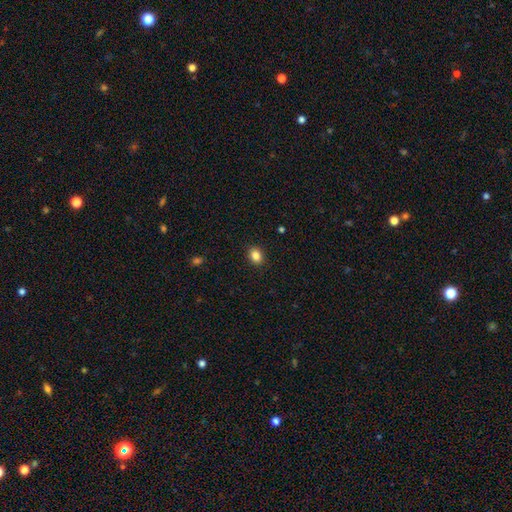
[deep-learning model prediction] Smooth or featured?
  - smooth: 85% *
  - star or artifact: 10%
  - featured or disk: 5%
How rounded?
  - in between: 64% *
  - round: 35%
  - cigar-shaped: 1%
Merging?
  - none: 90% *
  - minor disturbance: 7%
  - major disturbance: 2%
  - merger: 1%